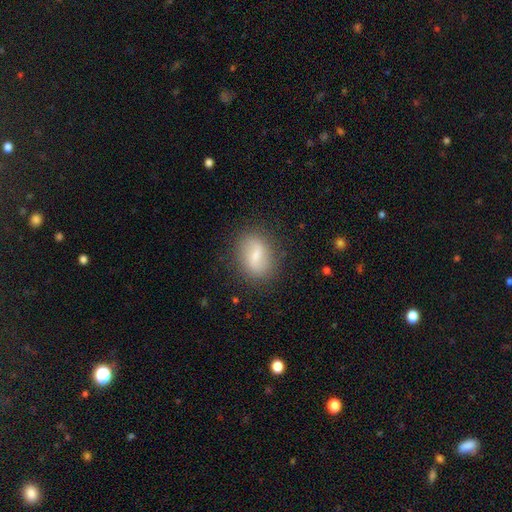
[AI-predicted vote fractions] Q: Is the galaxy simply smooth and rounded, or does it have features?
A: smooth — 56%.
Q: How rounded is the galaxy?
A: in between — 66%.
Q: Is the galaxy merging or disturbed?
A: none — 81%.